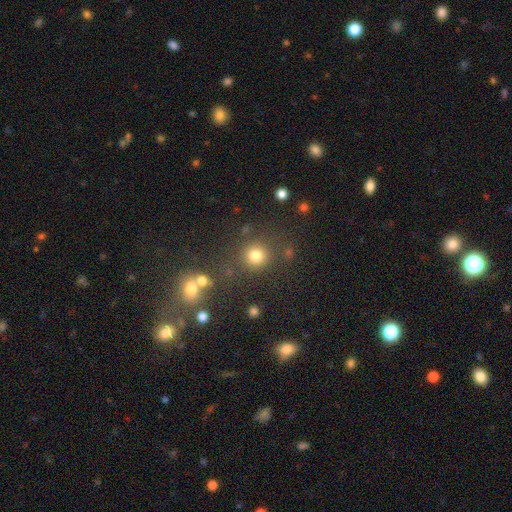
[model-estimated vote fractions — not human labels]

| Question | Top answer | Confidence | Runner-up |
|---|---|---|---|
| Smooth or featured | smooth | 79% | star or artifact (16%) |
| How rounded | round | 91% | in between (7%) |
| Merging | none | 78% | minor disturbance (9%) |